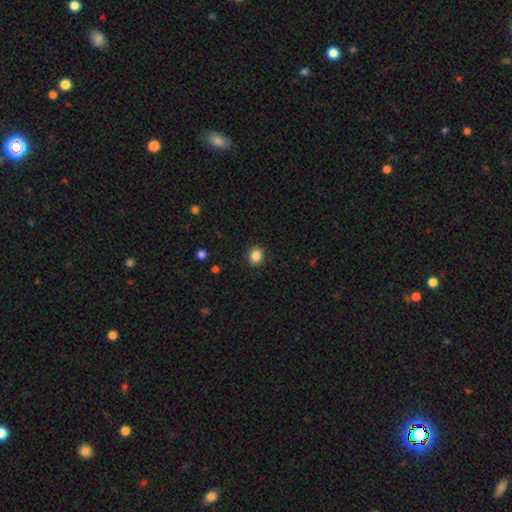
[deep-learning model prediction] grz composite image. It shows a smooth galaxy with no disk features (87%) that is round (55%). Merging: none (90%).